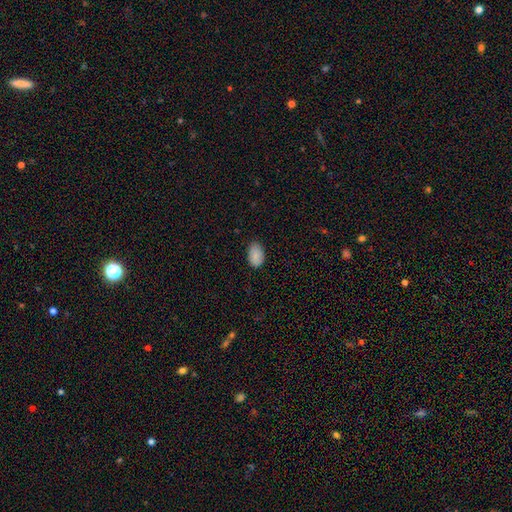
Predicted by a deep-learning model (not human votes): smooth 87%, star or artifact 7%, featured or disk 6%. Down the decision tree: how rounded — in between (90%); merging — none (77%).